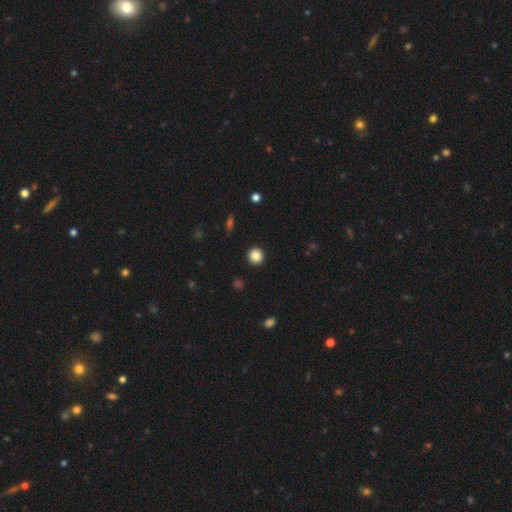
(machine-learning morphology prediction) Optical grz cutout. It shows a smooth galaxy with no disk features (86%) that is round (93%). Merging: none (92%).